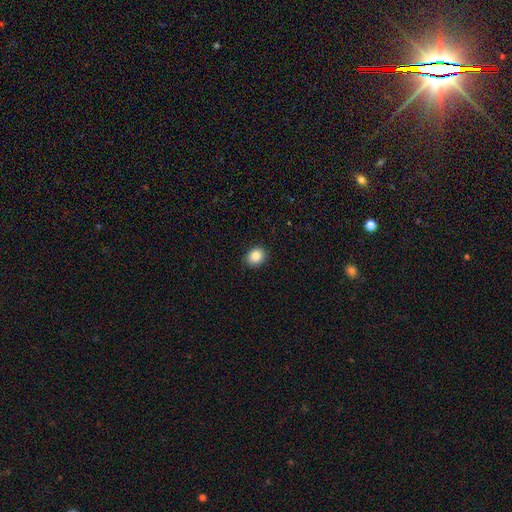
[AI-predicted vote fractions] A smooth galaxy with no disk features (85%) that is round (60%).

Vote fractions:
- Smooth or featured? smooth: 85% / star or artifact: 10% / featured or disk: 6%
- How rounded? round: 60% / in between: 39% / cigar-shaped: 1%
- Merging? none: 90% / minor disturbance: 7% / major disturbance: 2% / merger: 1%